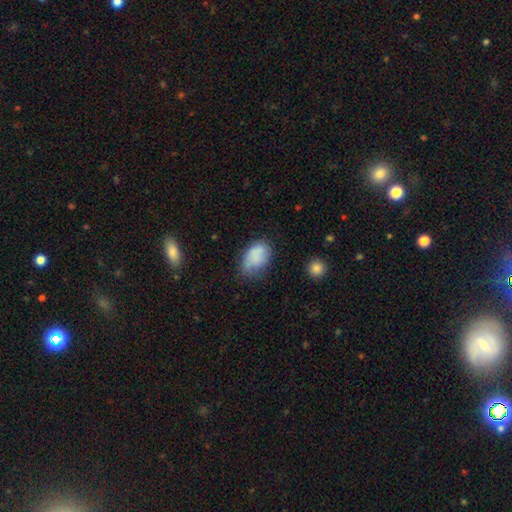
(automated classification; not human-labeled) Smooth or featured? Predicted: smooth (p=0.81). How rounded? Predicted: in between (p=0.87). Merging? Predicted: none (p=0.54).